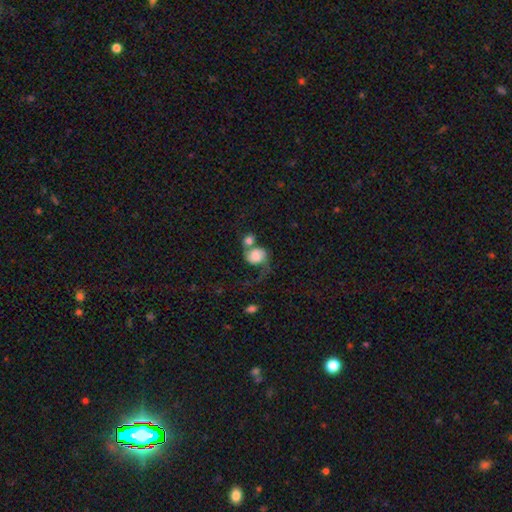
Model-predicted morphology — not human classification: smooth 52%, featured or disk 39%, star or artifact 9%. Down the decision tree: how rounded — round (65%); merging — merger (45%).